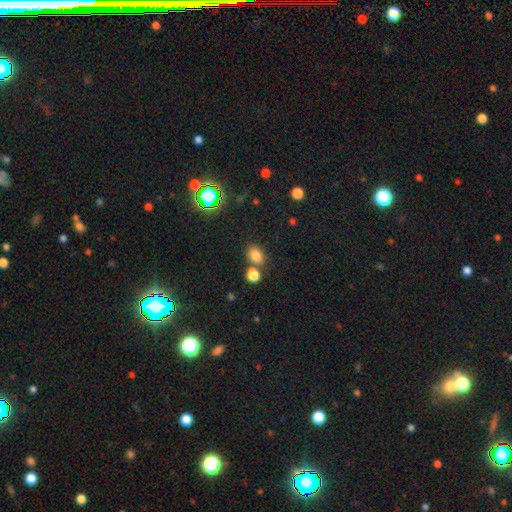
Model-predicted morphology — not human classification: Smooth or featured?
  - smooth: 78% *
  - star or artifact: 16%
  - featured or disk: 6%
How rounded?
  - in between: 61% *
  - round: 38%
  - cigar-shaped: 1%
Merging?
  - none: 64% *
  - merger: 22%
  - minor disturbance: 10%
  - major disturbance: 4%